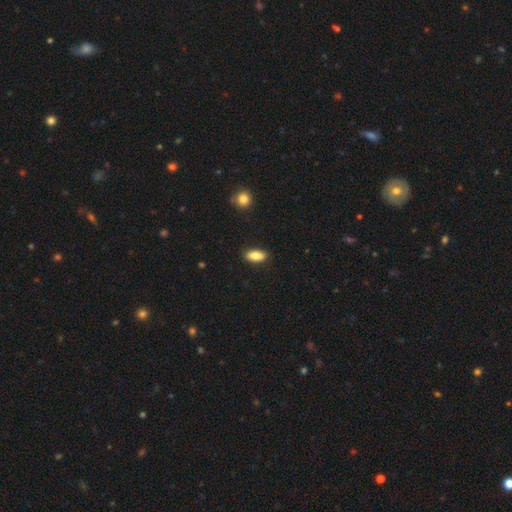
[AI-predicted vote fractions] A smooth galaxy with no disk features (85%) that is in between round and cigar-shaped (88%). Merging: none (88%).